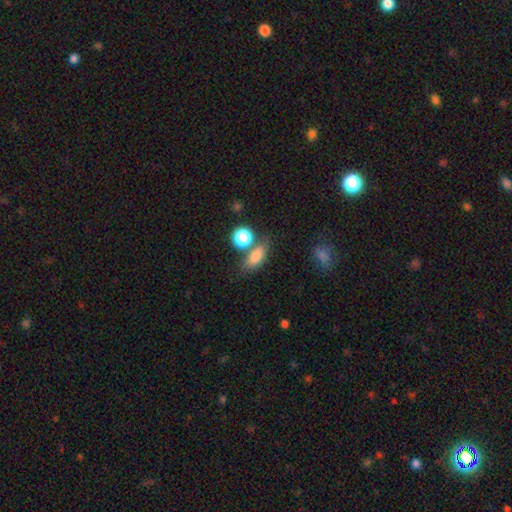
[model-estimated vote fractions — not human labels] Smooth or featured? smooth (81%)
How rounded? in between (76%)
Merging? none (60%)